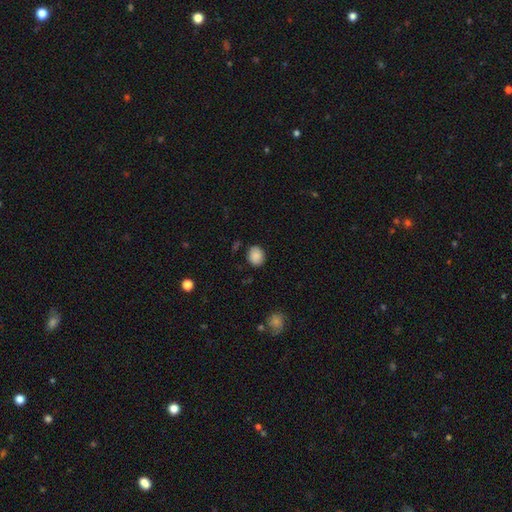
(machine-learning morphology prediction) smooth_or_featured: smooth (p=0.87) [alt: star or artifact p=0.09]
how_rounded: round (p=0.63) [alt: in between p=0.36]
merging: none (p=0.81) [alt: minor disturbance p=0.14]